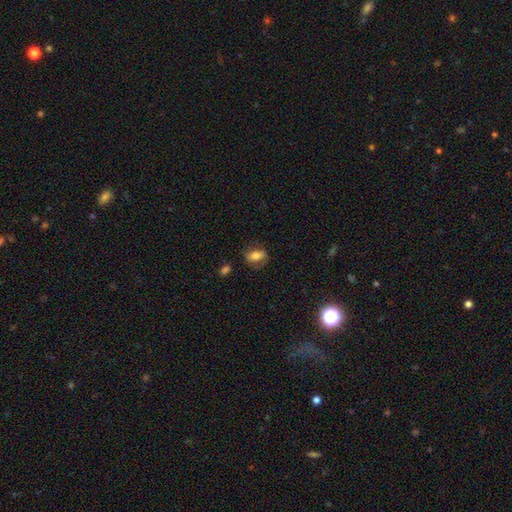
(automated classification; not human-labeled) A smooth galaxy with no disk features (70%) that is in between round and cigar-shaped (77%).

Vote fractions:
- Smooth or featured? smooth: 70% / featured or disk: 22% / star or artifact: 9%
- How rounded? in between: 77% / round: 15% / cigar-shaped: 8%
- Merging? none: 77% / minor disturbance: 16% / major disturbance: 5% / merger: 2%